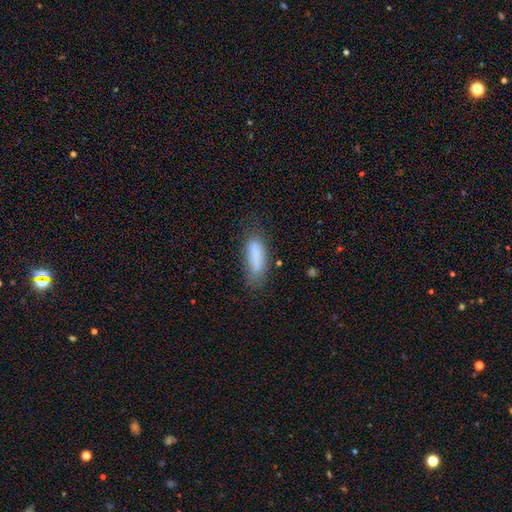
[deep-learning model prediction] This appears to be a smooth galaxy with no disk features (81%) that is in between round and cigar-shaped (59%). Merging: none (58%).